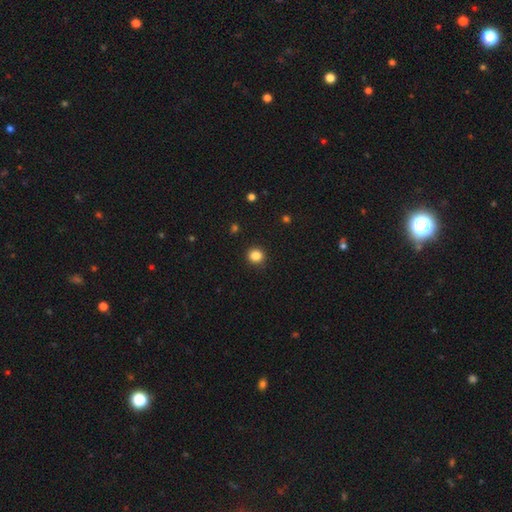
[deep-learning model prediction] smooth 85%, star or artifact 12%, featured or disk 4%. Down the decision tree: how rounded — round (89%); merging — none (91%).